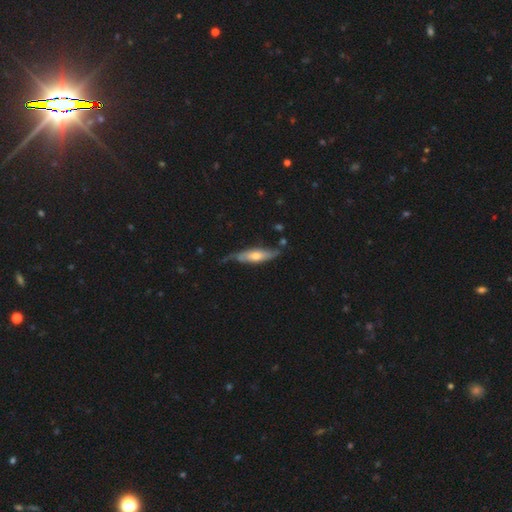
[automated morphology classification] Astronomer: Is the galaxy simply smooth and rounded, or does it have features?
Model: featured or disk — 55% (runner-up: smooth, 40%).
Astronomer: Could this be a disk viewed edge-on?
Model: yes — 52% (runner-up: no, 48%).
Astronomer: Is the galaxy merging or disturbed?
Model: none — 52% (runner-up: minor disturbance, 33%).